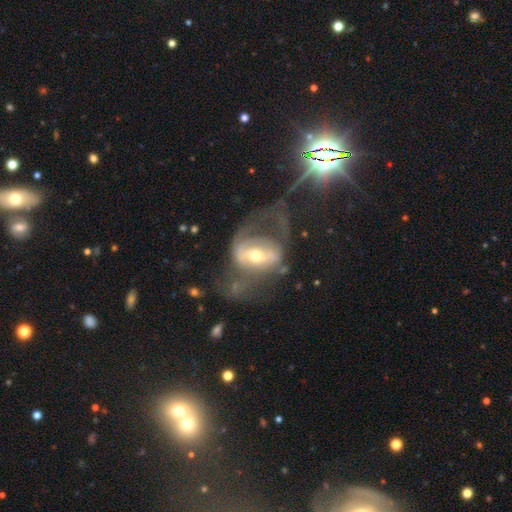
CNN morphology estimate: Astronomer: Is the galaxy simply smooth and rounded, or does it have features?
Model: featured or disk — 75%.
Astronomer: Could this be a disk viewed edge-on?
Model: no — 94%.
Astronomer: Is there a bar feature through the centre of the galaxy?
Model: strong — 38% (runner-up: weak, 35%).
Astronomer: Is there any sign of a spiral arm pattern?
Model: yes — 71%.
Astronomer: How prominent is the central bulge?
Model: moderate — 60%.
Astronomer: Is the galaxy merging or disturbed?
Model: major disturbance — 50% (runner-up: none, 28%).